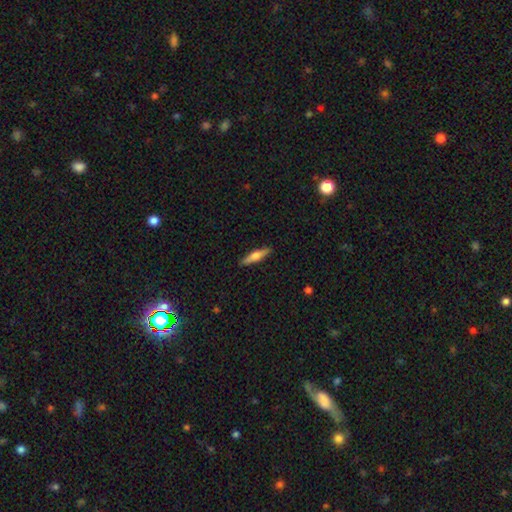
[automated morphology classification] type=smooth (48%); merging=none (90%).